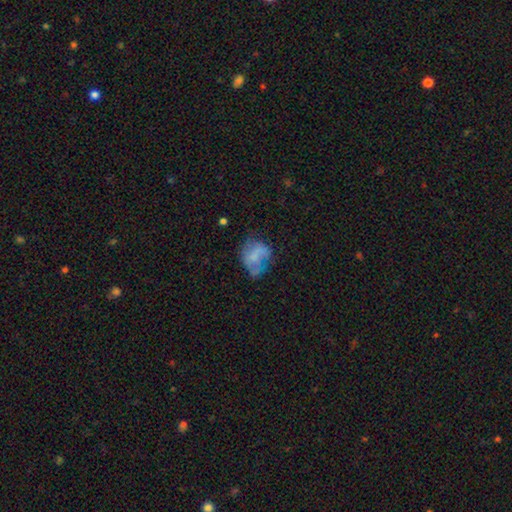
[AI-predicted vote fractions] Q: Smooth or featured?
A: smooth (49%); runner-up: featured or disk (40%)
Q: Merging?
A: none (40%); runner-up: minor disturbance (29%)